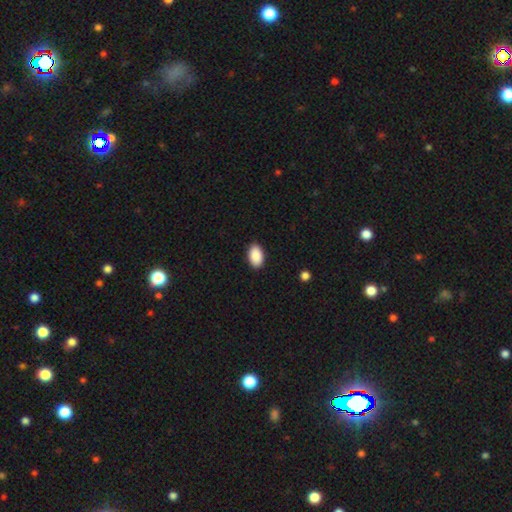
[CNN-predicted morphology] This appears to be a smooth galaxy with no disk features (90%) that is in between round and cigar-shaped (94%). Merging: none (90%).